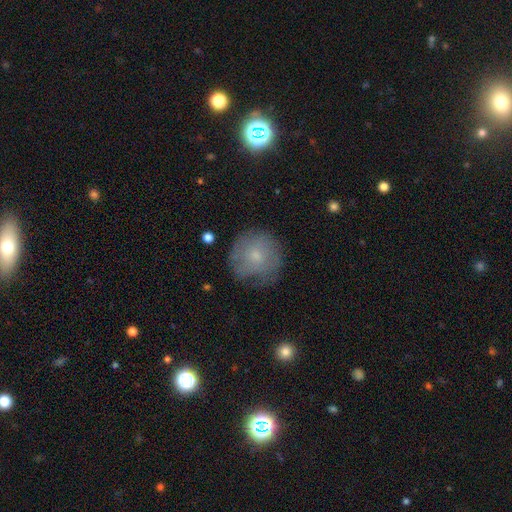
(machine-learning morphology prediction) This appears to be a smooth galaxy with no disk features (60%) that is round (91%). Merging: none (66%).